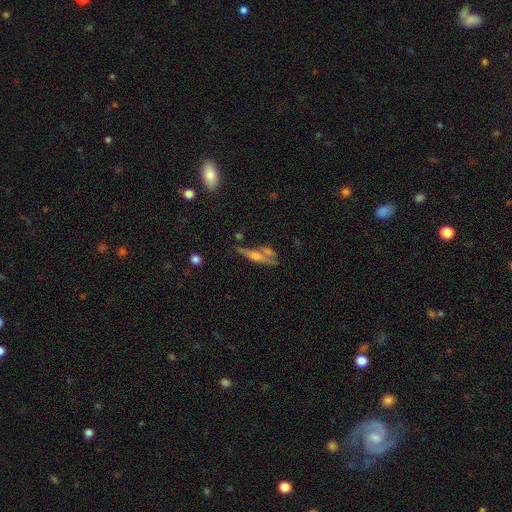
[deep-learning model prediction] Smooth or featured?
  - featured or disk: 53% *
  - smooth: 36%
  - star or artifact: 11%
Edge-on disk?
  - yes: 83% *
  - no: 17%
Merging?
  - none: 47% *
  - merger: 28%
  - minor disturbance: 16%
  - major disturbance: 10%